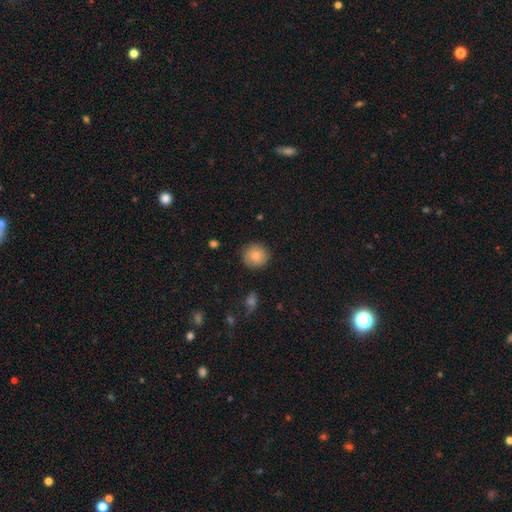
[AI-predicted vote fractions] Smooth or featured?
  - smooth: 79% *
  - featured or disk: 13%
  - star or artifact: 8%
How rounded?
  - round: 92% *
  - in between: 7%
  - cigar-shaped: 1%
Merging?
  - none: 87% *
  - minor disturbance: 9%
  - major disturbance: 2%
  - merger: 1%